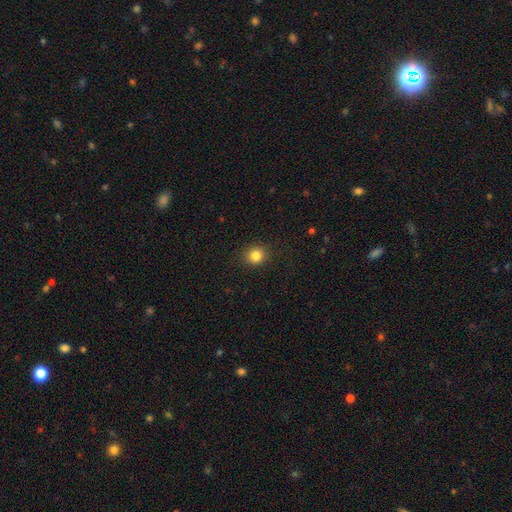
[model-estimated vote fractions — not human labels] smooth 84%, star or artifact 12%, featured or disk 5%. Down the decision tree: how rounded — round (85%); merging — none (89%).